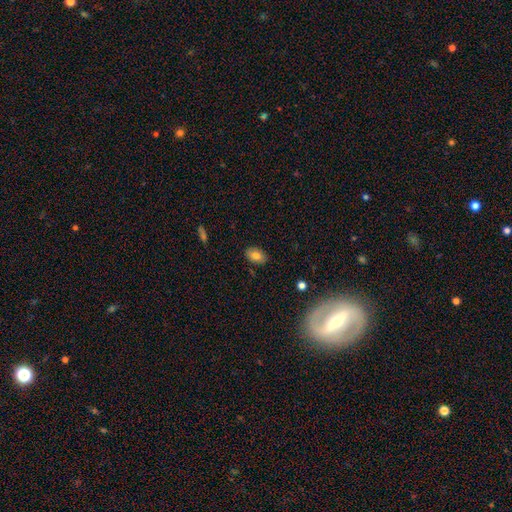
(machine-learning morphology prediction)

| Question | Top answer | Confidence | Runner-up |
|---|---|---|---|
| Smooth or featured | smooth | 80% | featured or disk (12%) |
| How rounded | in between | 88% | round (10%) |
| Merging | none | 85% | minor disturbance (11%) |